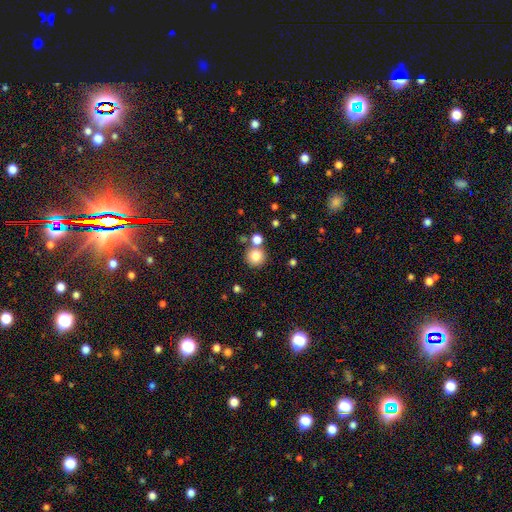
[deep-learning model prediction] smooth_or_featured: smooth (p=0.80) [alt: star or artifact p=0.11]
how_rounded: round (p=0.93) [alt: in between p=0.06]
merging: none (p=0.71) [alt: merger p=0.18]